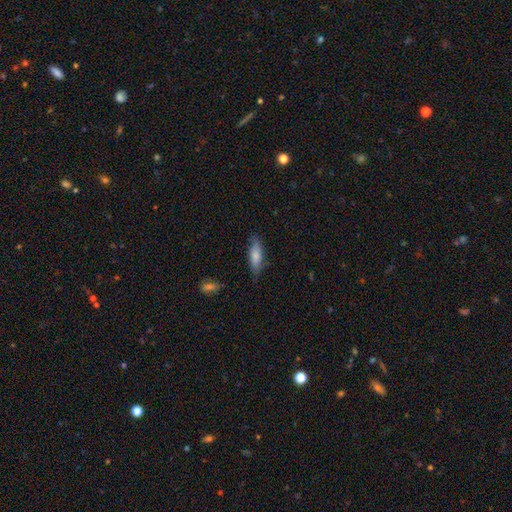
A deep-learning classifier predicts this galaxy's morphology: The model was most divided on "how rounded": in between: 58%, cigar-shaped: 40%, round: 2%. More confident: smooth or featured — smooth (74%); merging — none (73%).